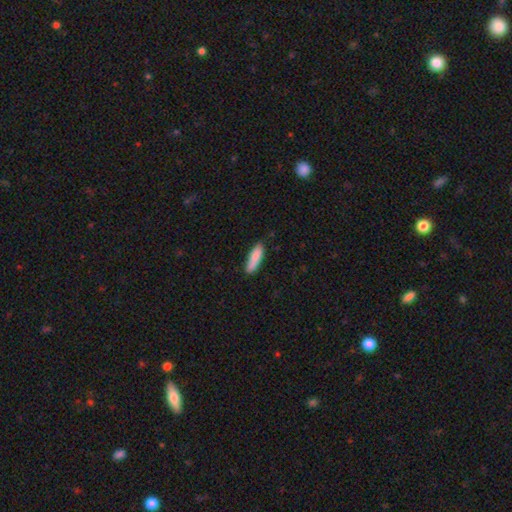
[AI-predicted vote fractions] The model was most divided on "how rounded": cigar-shaped: 59%, in between: 40%, round: 2%. More confident: smooth or featured — smooth (85%); merging — none (78%).